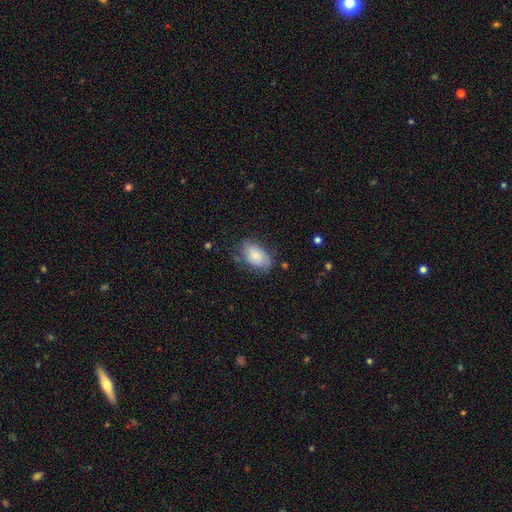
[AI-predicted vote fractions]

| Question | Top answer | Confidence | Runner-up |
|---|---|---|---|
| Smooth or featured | smooth | 64% | featured or disk (29%) |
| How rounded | in between | 91% | round (8%) |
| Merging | none | 65% | minor disturbance (26%) |